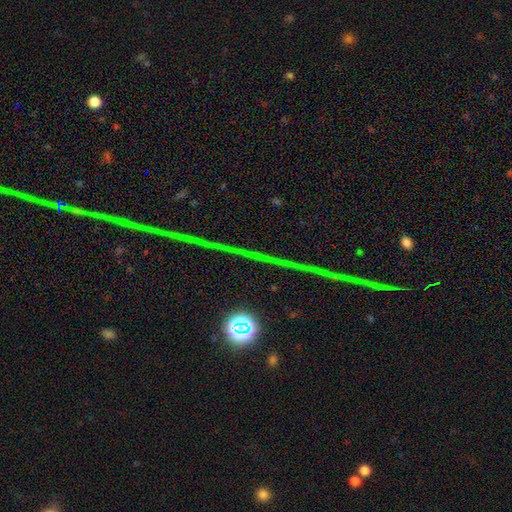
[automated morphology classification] A star or artifact, not a galaxy (81%).